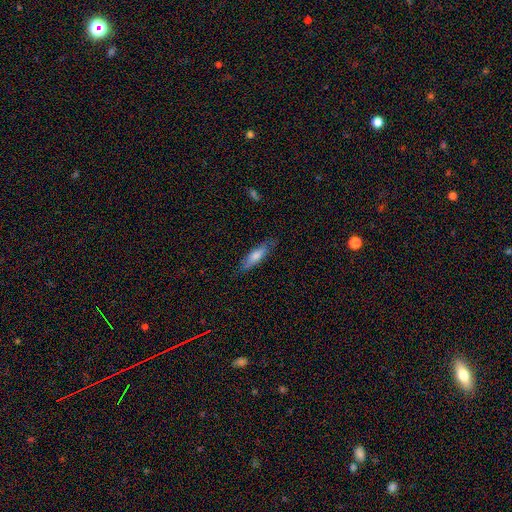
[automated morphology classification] A smooth galaxy with no disk features (68%) that is cigar-shaped (63%). Merging: none (81%).